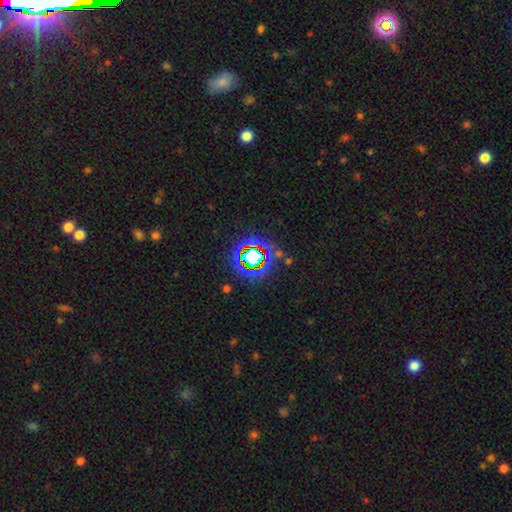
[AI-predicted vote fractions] A star or artifact, not a galaxy (75%).

Vote fractions:
- Smooth or featured? star or artifact: 75% / smooth: 16% / featured or disk: 10%